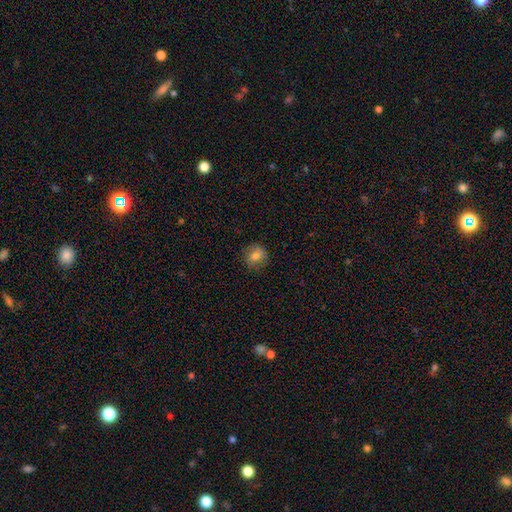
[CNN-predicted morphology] A smooth galaxy with no disk features (76%) that is round (80%).

Vote fractions:
- Smooth or featured? smooth: 76% / featured or disk: 14% / star or artifact: 10%
- How rounded? round: 80% / in between: 19% / cigar-shaped: 1%
- Merging? none: 83% / minor disturbance: 13% / major disturbance: 3% / merger: 1%